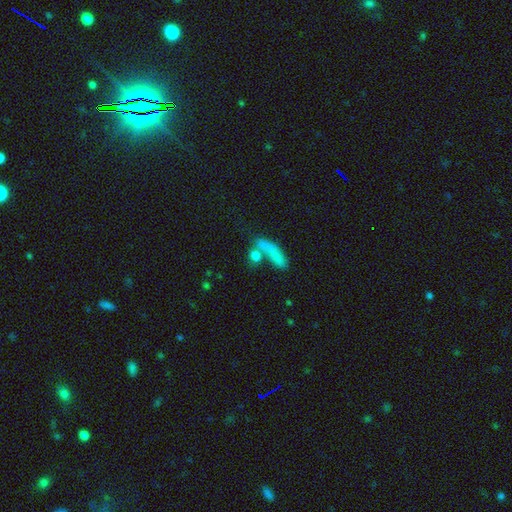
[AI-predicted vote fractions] Smooth or featured: smooth — 73% (featured or disk — 16%)
How rounded: in between — 42% (cigar-shaped — 29%)
Merging: none — 40% (merger — 39%)